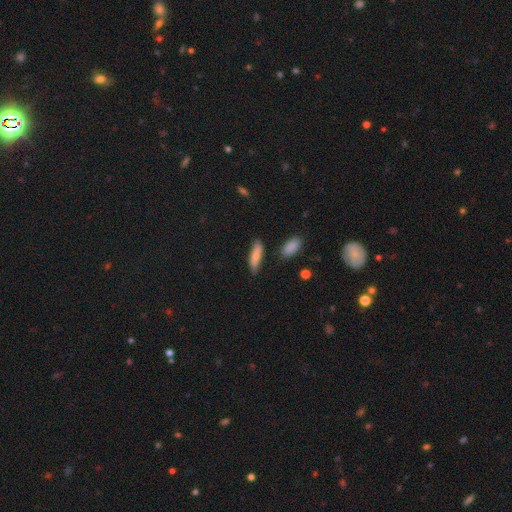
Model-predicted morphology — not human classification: smooth_or_featured: smooth (p=0.73) [alt: featured or disk p=0.21]
how_rounded: cigar-shaped (p=0.61) [alt: in between p=0.36]
merging: none (p=0.77) [alt: minor disturbance p=0.16]